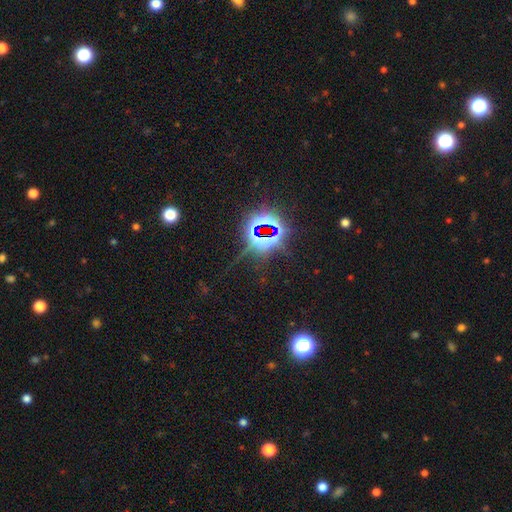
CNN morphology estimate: star or artifact 83%, smooth 11%, featured or disk 7%.